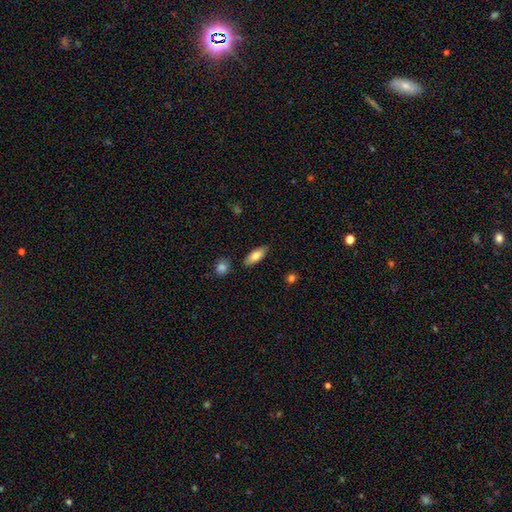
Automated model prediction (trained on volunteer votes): This appears to be a smooth galaxy with no disk features (79%) that is in between round and cigar-shaped (80%). Merging: none (86%).